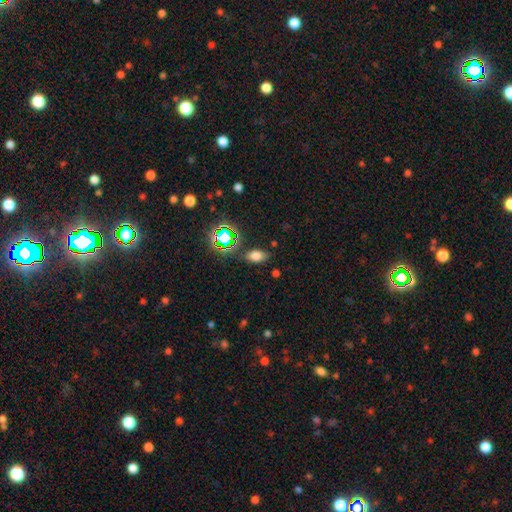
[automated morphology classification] type=smooth (69%); roundness=in between (87%); merging=none (81%).